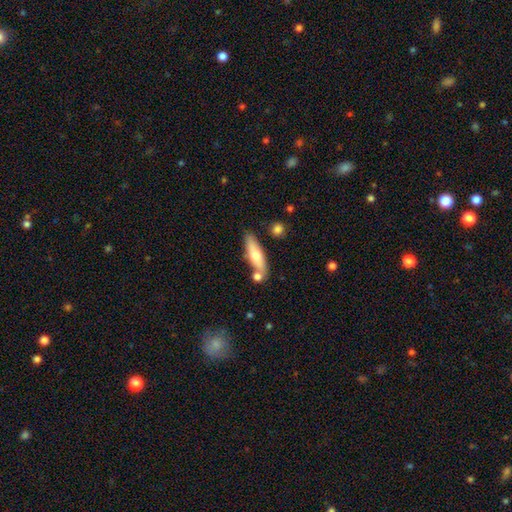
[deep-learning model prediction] Smooth or featured?
  - smooth: 65% *
  - featured or disk: 29%
  - star or artifact: 6%
How rounded?
  - cigar-shaped: 59% *
  - in between: 39%
  - round: 2%
Merging?
  - none: 67% *
  - merger: 15%
  - minor disturbance: 14%
  - major disturbance: 4%